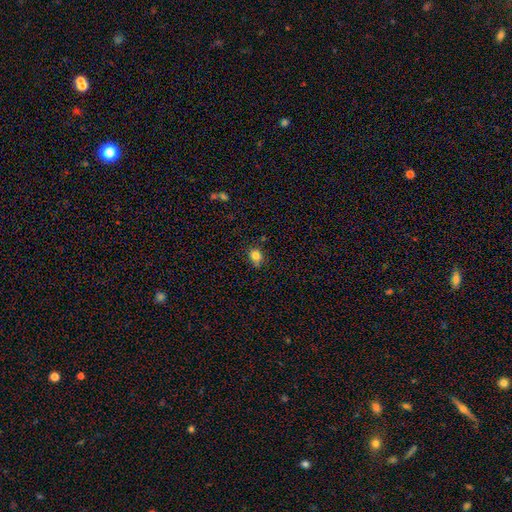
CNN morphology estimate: This is clearly a smooth galaxy (82%). How rounded: likely round (67%). Merging: likely none (67%).